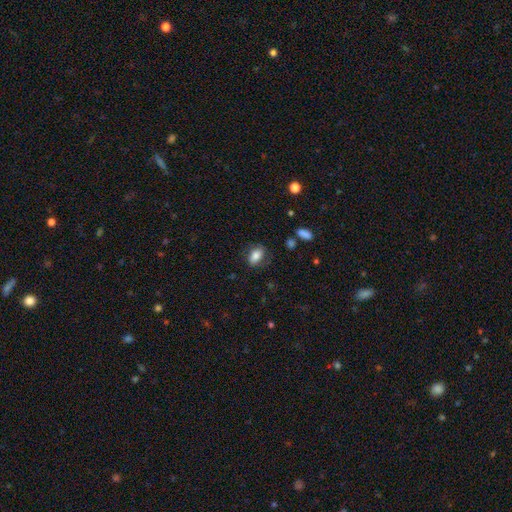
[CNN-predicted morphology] type=smooth (77%); roundness=in between (87%); merging=none (72%).